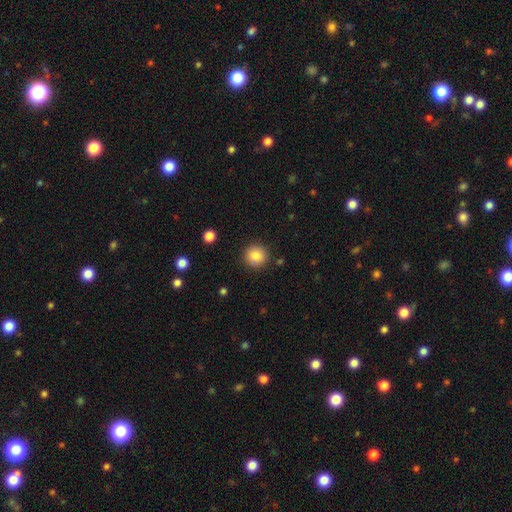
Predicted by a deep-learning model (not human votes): Smooth or featured: smooth — 84% (star or artifact — 10%)
How rounded: round — 93% (in between — 6%)
Merging: none — 89% (minor disturbance — 7%)